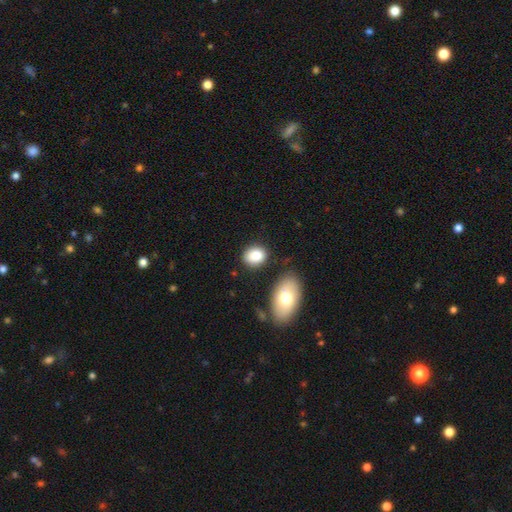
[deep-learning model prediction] smooth 84%, star or artifact 8%, featured or disk 7%. Down the decision tree: how rounded — in between (57%); merging — none (75%).